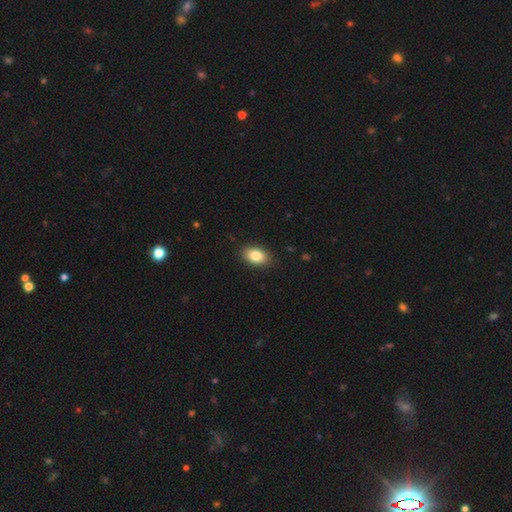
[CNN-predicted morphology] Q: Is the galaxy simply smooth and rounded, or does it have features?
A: smooth — 84%.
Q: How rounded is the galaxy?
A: in between — 89%.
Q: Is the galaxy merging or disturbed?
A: none — 89%.